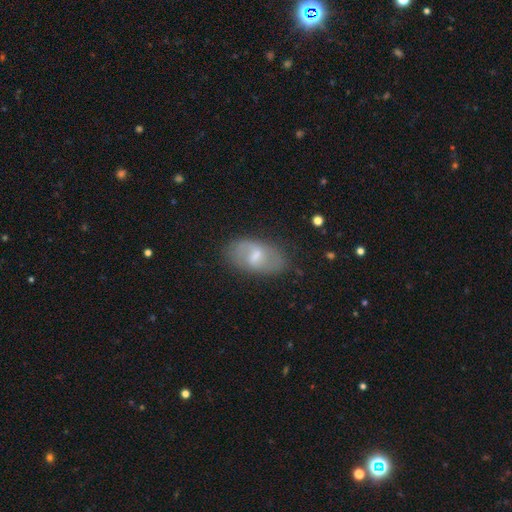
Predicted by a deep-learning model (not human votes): Morphology: type=featured or disk (51%); edge-on=no (93%); merging=none (74%).